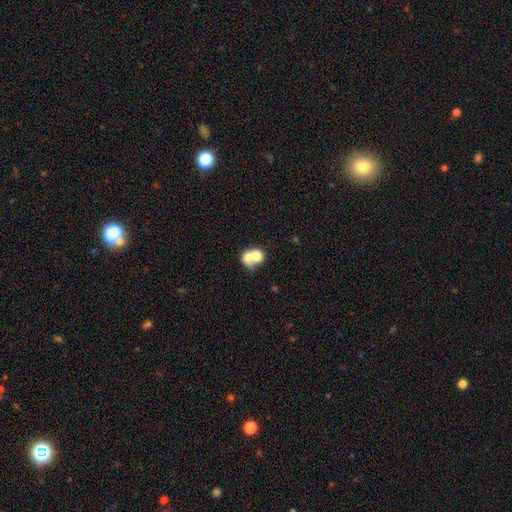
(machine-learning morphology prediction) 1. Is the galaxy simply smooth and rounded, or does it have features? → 66% smooth, 26% featured or disk, 8% star or artifact.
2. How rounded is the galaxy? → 54% round, 45% in between, 1% cigar-shaped.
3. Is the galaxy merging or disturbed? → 72% merger, 16% none, 6% minor disturbance, 6% major disturbance.